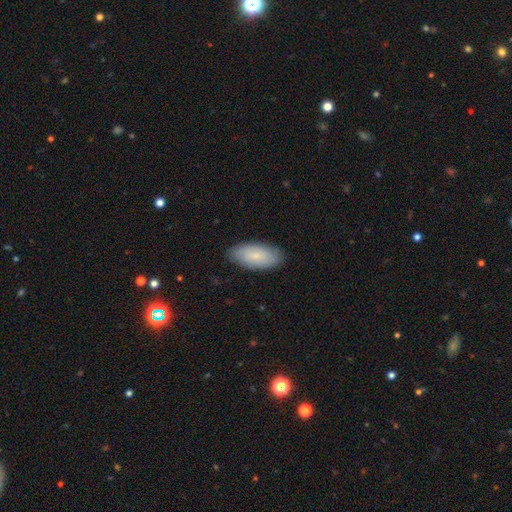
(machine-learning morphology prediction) type=smooth (78%); roundness=in between (90%); merging=none (85%).